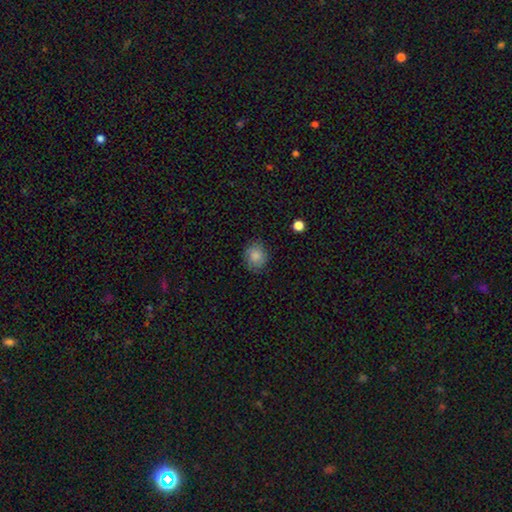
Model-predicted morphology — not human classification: smooth-or-featured: smooth: 81% | featured or disk: 10% | star or artifact: 9%
  how-rounded: round: 70% | in between: 29% | cigar-shaped: 1%
  merging: none: 81% | minor disturbance: 14% | major disturbance: 4% | merger: 1%